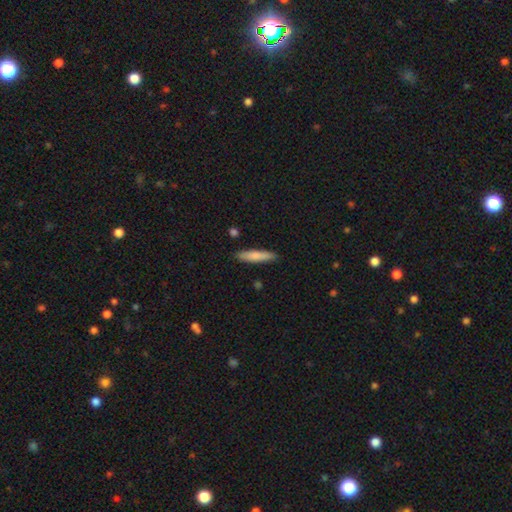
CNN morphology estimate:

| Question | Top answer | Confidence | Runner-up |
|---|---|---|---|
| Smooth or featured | smooth | 78% | featured or disk (16%) |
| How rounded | cigar-shaped | 84% | in between (14%) |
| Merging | none | 87% | minor disturbance (9%) |